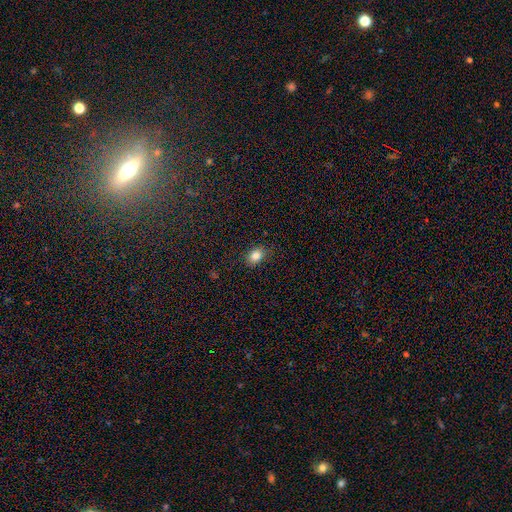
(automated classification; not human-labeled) smooth 84%, star or artifact 10%, featured or disk 6%. Down the decision tree: how rounded — in between (63%); merging — none (84%).